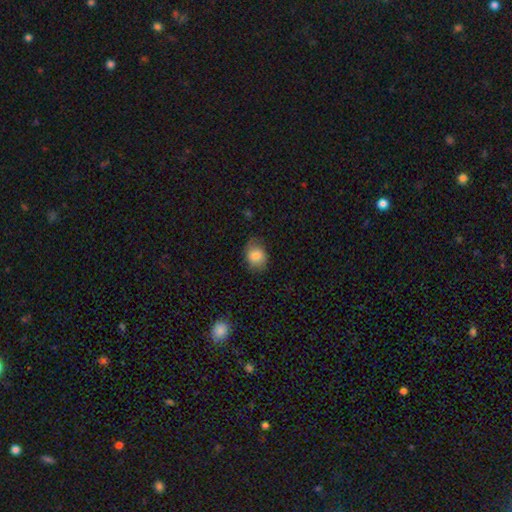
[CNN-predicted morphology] type=smooth (81%); roundness=in between (58%); merging=none (71%).